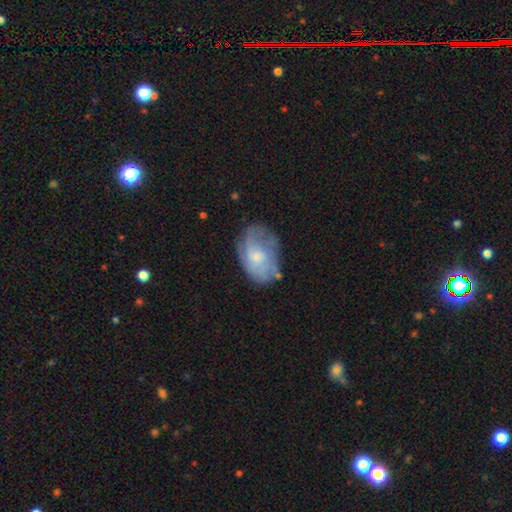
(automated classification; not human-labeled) A featured or disk galaxy (53%) with no bar (77%), spiral arms (66%) and a small central bulge (46%). Merging: none (62%).